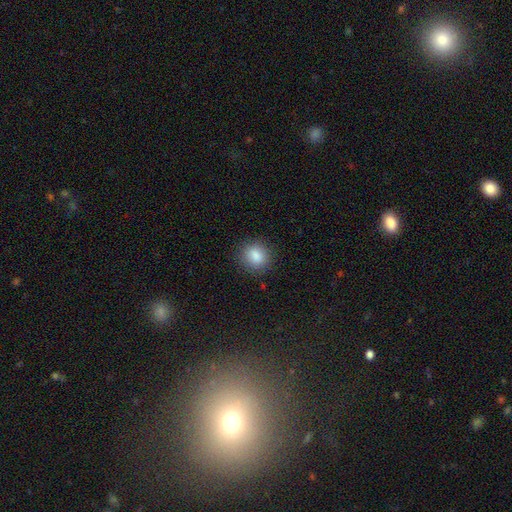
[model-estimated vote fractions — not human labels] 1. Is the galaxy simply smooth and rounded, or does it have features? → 86% smooth, 9% star or artifact, 5% featured or disk.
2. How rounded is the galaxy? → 81% round, 18% in between, 1% cigar-shaped.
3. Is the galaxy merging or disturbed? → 88% none, 8% minor disturbance, 3% major disturbance, 1% merger.